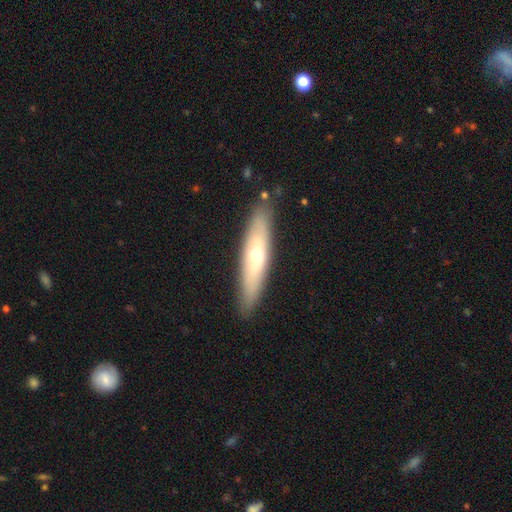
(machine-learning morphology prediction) A featured or disk galaxy (47%, tied with smooth).

Vote fractions:
- Smooth or featured? featured or disk: 47% (tied) / smooth: 47% (tied) / star or artifact: 6%
- Merging? none: 87% / minor disturbance: 10% / major disturbance: 2% / merger: 2%